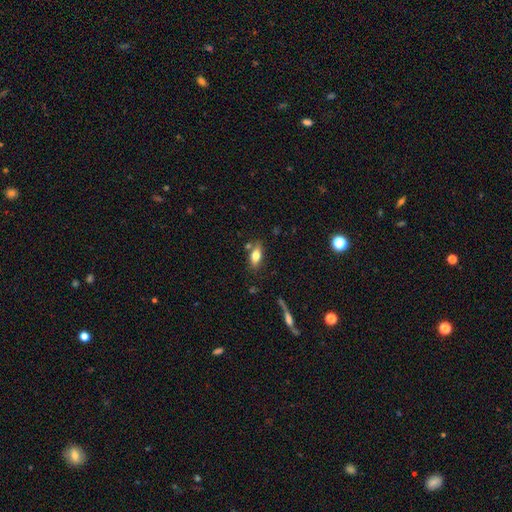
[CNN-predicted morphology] Smooth or featured? smooth (75%)
How rounded? in between (83%)
Merging? none (73%)